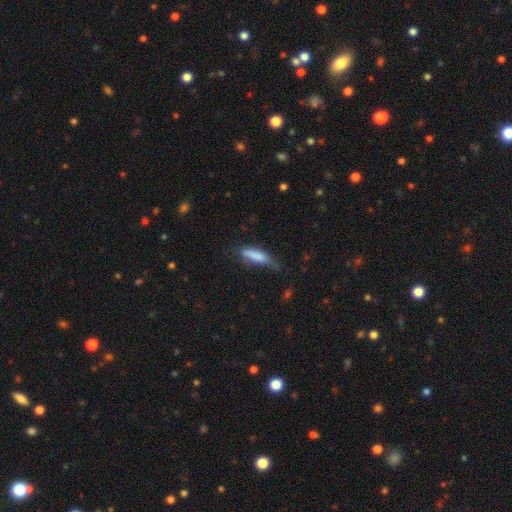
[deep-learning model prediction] Smooth or featured?
  - smooth: 79% *
  - featured or disk: 15%
  - star or artifact: 7%
How rounded?
  - cigar-shaped: 66% *
  - in between: 32%
  - round: 2%
Merging?
  - none: 51% *
  - minor disturbance: 34%
  - major disturbance: 12%
  - merger: 3%